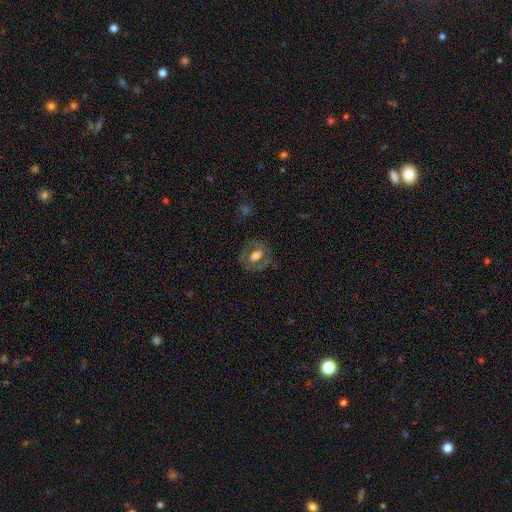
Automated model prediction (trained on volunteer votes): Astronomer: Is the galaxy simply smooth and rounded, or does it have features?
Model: featured or disk — 55% (runner-up: smooth, 37%).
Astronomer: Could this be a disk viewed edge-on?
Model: no — 94%.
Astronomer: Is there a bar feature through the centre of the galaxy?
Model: no — 54% (runner-up: weak, 31%).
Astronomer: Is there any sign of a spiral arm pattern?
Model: no — 62% (runner-up: yes, 38%).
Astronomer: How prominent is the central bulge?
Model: moderate — 50% (runner-up: large, 36%).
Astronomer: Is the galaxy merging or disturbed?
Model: none — 74%.